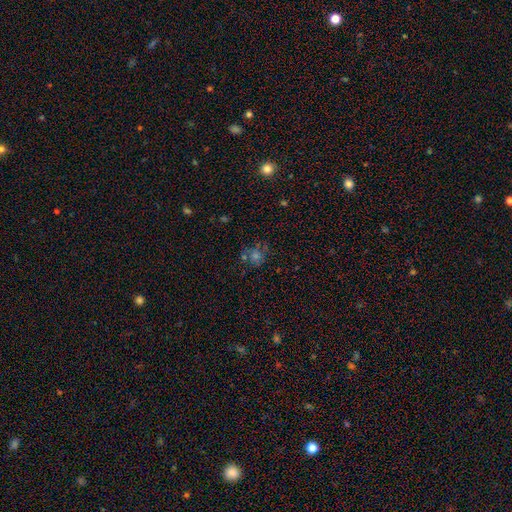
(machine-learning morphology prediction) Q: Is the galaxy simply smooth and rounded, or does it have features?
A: smooth — 47%.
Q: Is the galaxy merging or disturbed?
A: none — 67%.